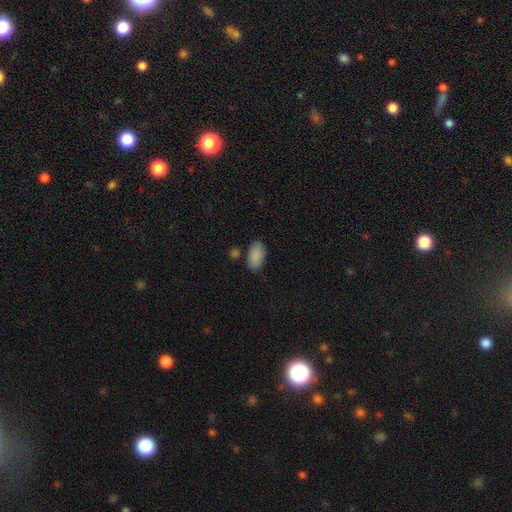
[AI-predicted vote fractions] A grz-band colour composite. It shows a smooth galaxy with no disk features (89%) that is in between round and cigar-shaped (94%). Merging: none (80%).